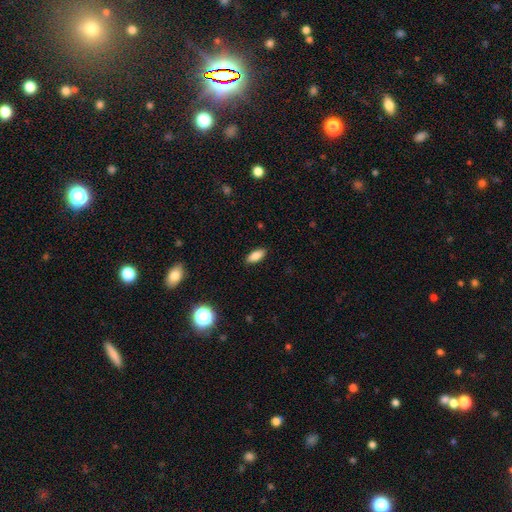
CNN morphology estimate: type=smooth (85%); roundness=in between (83%); merging=none (88%).